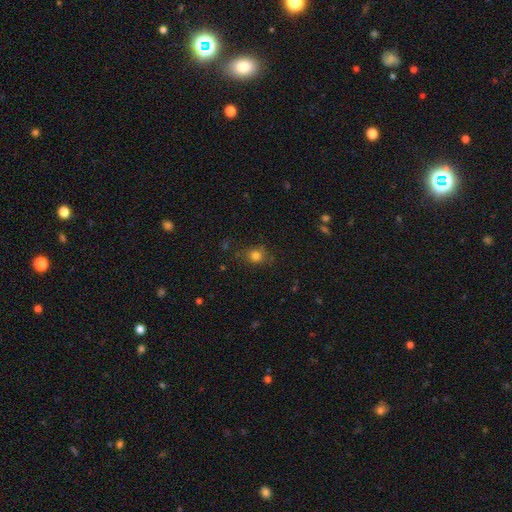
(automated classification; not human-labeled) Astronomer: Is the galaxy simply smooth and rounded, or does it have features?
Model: smooth — 79%.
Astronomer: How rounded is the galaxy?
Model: round — 75%.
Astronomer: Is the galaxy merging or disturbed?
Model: none — 79%.